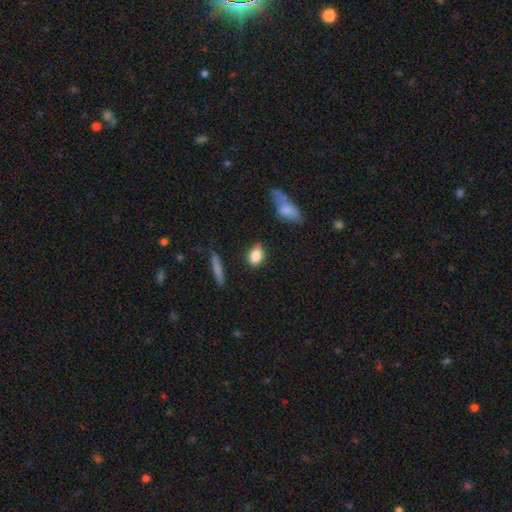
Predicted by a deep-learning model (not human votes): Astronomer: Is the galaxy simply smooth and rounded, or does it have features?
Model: smooth — 85%.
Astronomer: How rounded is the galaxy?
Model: in between — 70%.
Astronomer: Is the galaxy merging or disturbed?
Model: none — 80%.